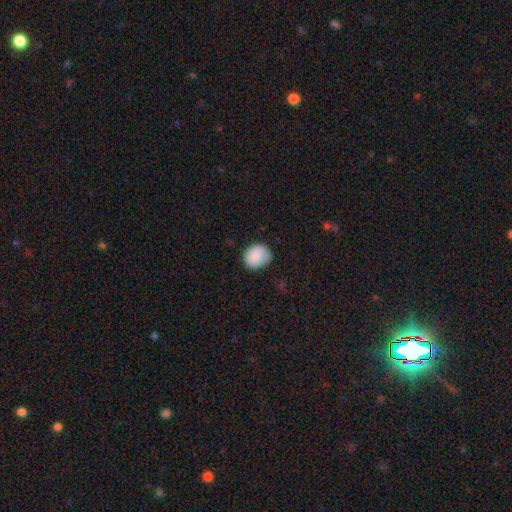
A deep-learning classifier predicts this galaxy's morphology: This is clearly a smooth galaxy (85%). How rounded: likely round (70%). Merging: likely none (72%).